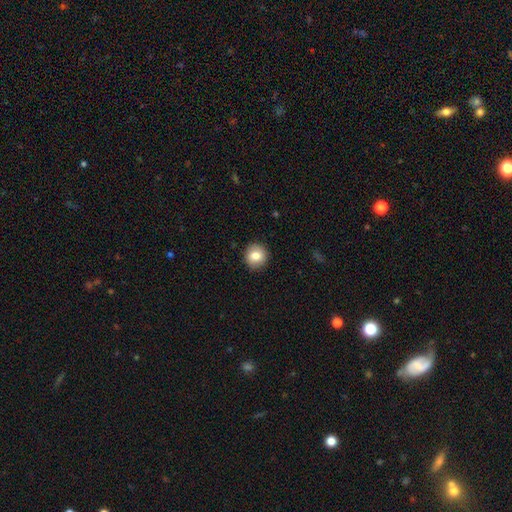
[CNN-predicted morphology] Q: Smooth or featured?
A: smooth (82%); runner-up: featured or disk (9%)
Q: How rounded?
A: round (90%); runner-up: in between (9%)
Q: Merging?
A: none (90%); runner-up: minor disturbance (8%)